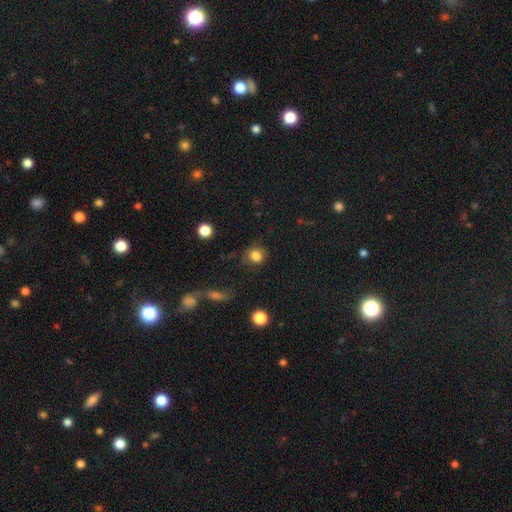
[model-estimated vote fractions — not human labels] The model was most divided on "how rounded": round: 74%, in between: 25%, cigar-shaped: 1%. More confident: smooth or featured — smooth (83%); merging — none (69%).